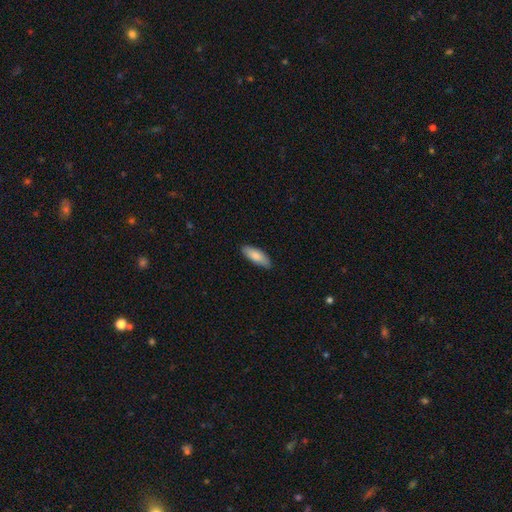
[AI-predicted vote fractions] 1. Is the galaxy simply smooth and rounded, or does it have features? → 84% smooth, 11% featured or disk, 5% star or artifact.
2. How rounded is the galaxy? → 68% in between, 30% cigar-shaped, 2% round.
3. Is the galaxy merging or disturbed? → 84% none, 13% minor disturbance, 2% major disturbance, 1% merger.